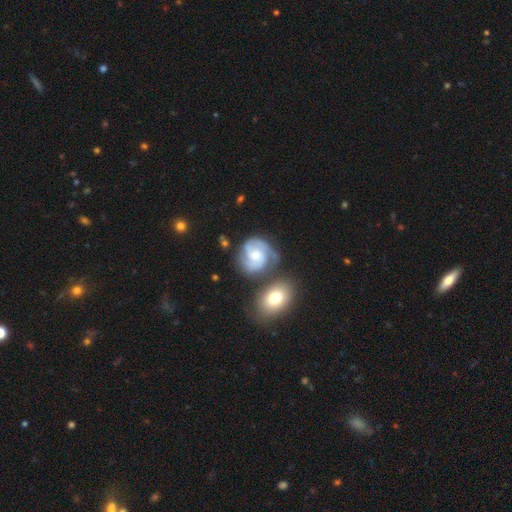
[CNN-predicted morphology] Smooth or featured? Predicted: featured or disk (p=0.83). Edge-on disk? Predicted: no (p=0.98). Bar? Predicted: no (p=0.66). Spiral arms? Predicted: yes (p=0.97). Spiral winding? Predicted: tight (p=0.51). Spiral arm count? Predicted: 2 (p=0.44). Bulge size? Predicted: moderate (p=0.49). Merging? Predicted: none (p=0.62).